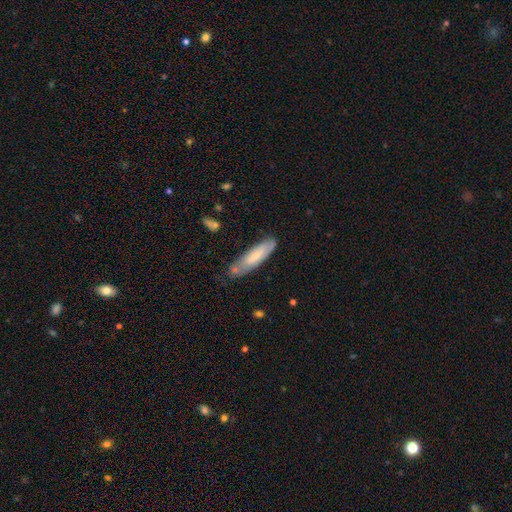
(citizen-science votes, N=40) smooth 68%, featured or disk 28%, star or artifact 5%. Down the decision tree: how rounded — cigar-shaped (78%); merging — none (71%).